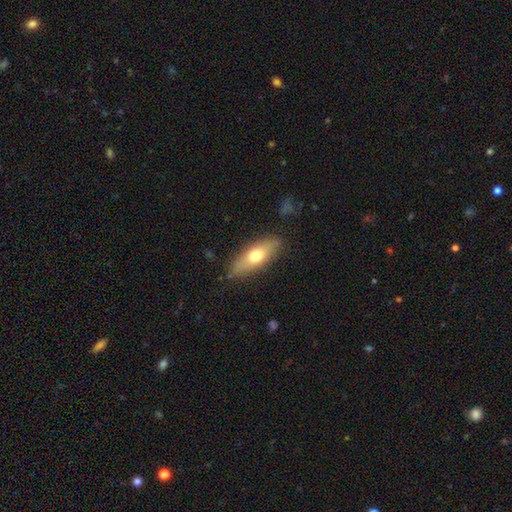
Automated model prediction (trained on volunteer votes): smooth_or_featured: smooth (p=0.63) [alt: featured or disk p=0.31]
how_rounded: in between (p=0.63) [alt: cigar-shaped p=0.34]
merging: none (p=0.83) [alt: minor disturbance p=0.13]